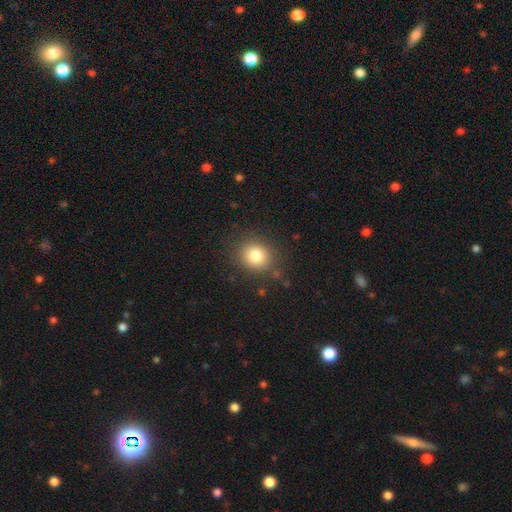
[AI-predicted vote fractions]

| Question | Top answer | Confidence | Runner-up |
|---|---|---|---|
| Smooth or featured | smooth | 80% | star or artifact (11%) |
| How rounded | round | 77% | in between (22%) |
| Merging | none | 85% | minor disturbance (10%) |